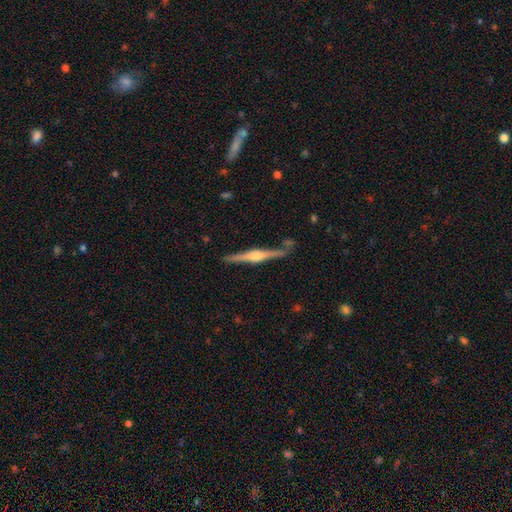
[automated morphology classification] smooth_or_featured: featured or disk (p=0.82) [alt: smooth p=0.13]
disk_edge_on: yes (p=0.98) [alt: no p=0.02]
edge_on_bulge: rounded (p=0.89) [alt: boxy p=0.08]
merging: none (p=0.86) [alt: minor disturbance p=0.09]